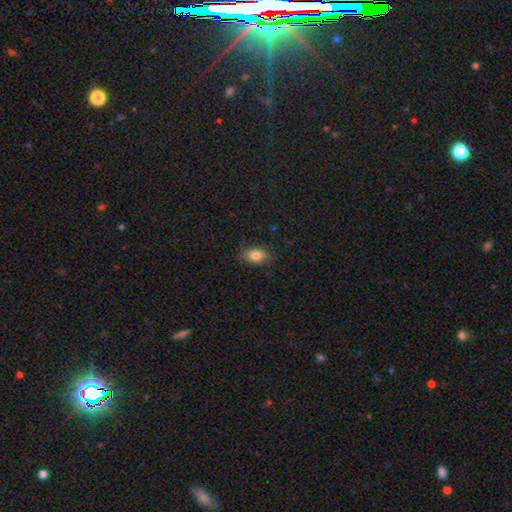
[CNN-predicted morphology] smooth 83%, star or artifact 9%, featured or disk 8%. Down the decision tree: how rounded — in between (84%); merging — none (83%).